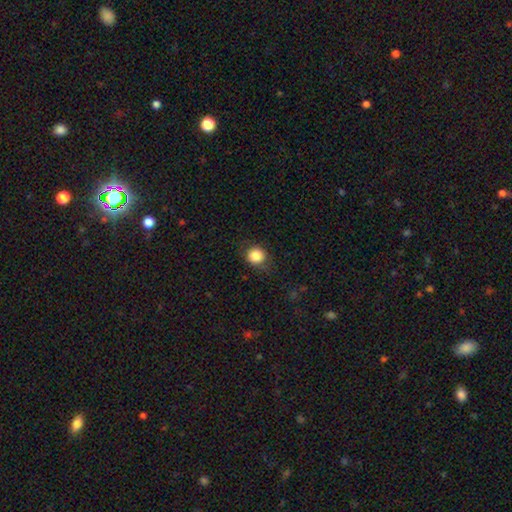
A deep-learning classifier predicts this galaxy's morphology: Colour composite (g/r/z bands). It shows a smooth galaxy with no disk features (84%) that is round (86%). Merging: none (82%).